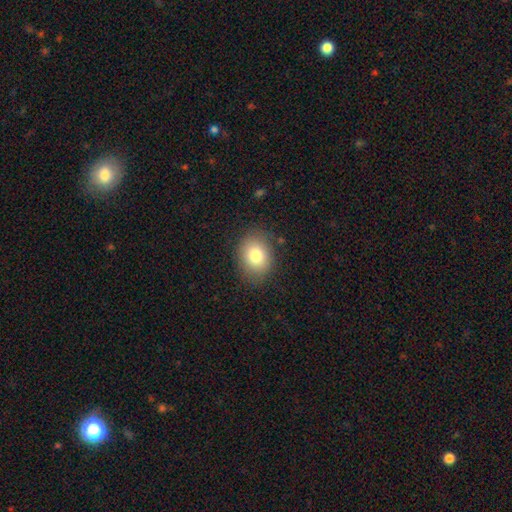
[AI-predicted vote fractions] smooth_or_featured: smooth (p=0.80) [alt: featured or disk p=0.10]
how_rounded: in between (p=0.51) [alt: round p=0.48]
merging: none (p=0.83) [alt: minor disturbance p=0.12]